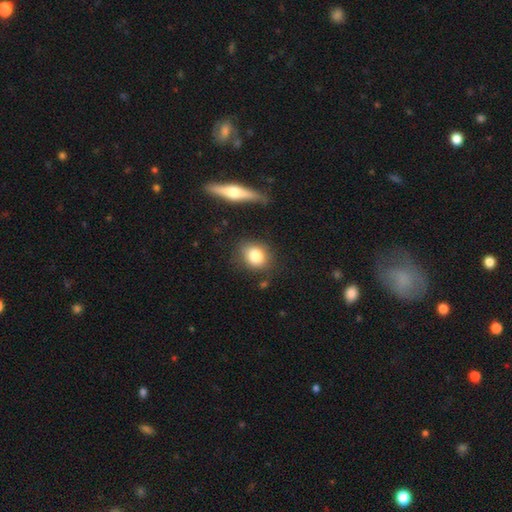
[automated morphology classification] Smooth or featured? Predicted: smooth (p=0.81). How rounded? Predicted: round (p=0.59). Merging? Predicted: none (p=0.77).